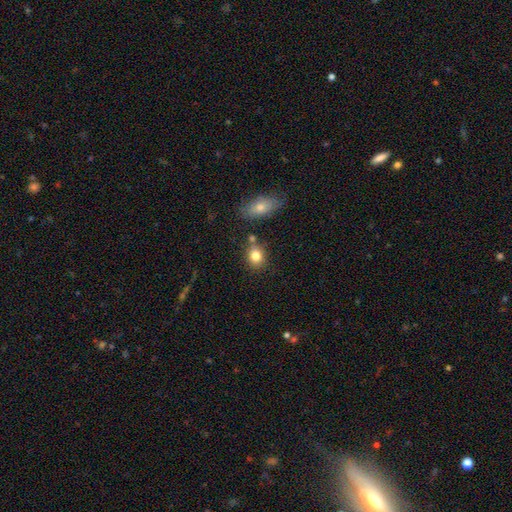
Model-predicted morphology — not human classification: Smooth or featured? Predicted: smooth (p=0.81). How rounded? Predicted: round (p=0.57). Merging? Predicted: none (p=0.70).